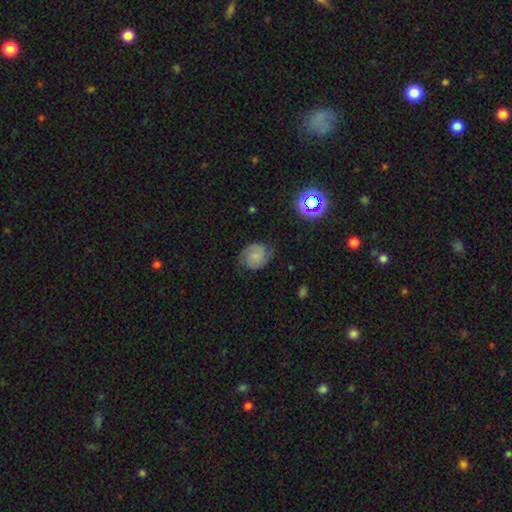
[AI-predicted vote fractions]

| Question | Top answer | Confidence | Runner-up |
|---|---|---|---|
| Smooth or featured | featured or disk | 52% | smooth (37%) |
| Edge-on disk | no | 97% | yes (3%) |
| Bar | no | 73% | weak (23%) |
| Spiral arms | yes | 91% | no (9%) |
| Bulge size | small | 42% | none (36%) |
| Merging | none | 68% | minor disturbance (23%) |